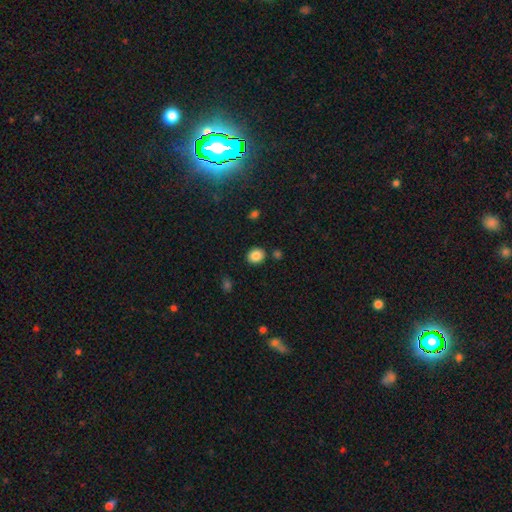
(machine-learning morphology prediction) Smooth or featured? Predicted: smooth (p=0.86). How rounded? Predicted: round (p=0.65). Merging? Predicted: none (p=0.86).